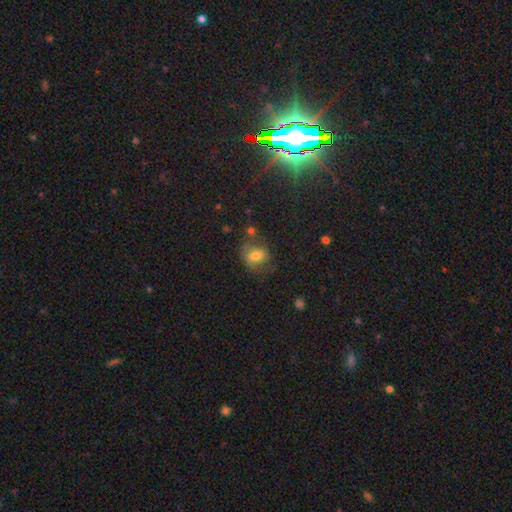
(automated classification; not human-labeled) Morphology: type=smooth (59%); roundness=in between (54%); merging=none (51%).